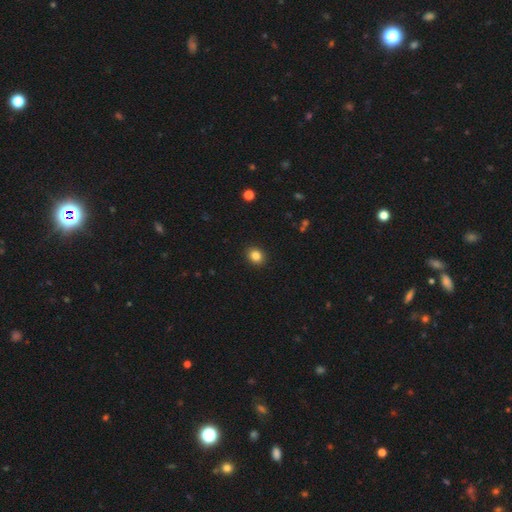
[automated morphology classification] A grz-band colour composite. It shows a smooth galaxy with no disk features (84%) that is round (65%). Merging: none (91%).